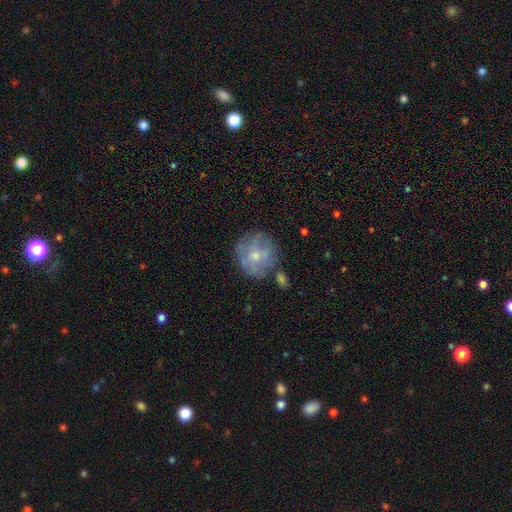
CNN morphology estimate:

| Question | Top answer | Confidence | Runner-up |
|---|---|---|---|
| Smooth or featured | featured or disk | 47% | smooth (44%) |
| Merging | none | 64% | minor disturbance (20%) |